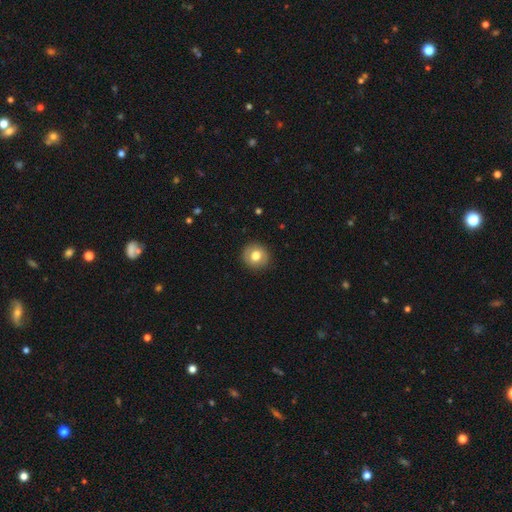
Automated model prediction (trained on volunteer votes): Q: Smooth or featured?
A: smooth (75%); runner-up: featured or disk (17%)
Q: How rounded?
A: round (90%); runner-up: in between (9%)
Q: Merging?
A: none (90%); runner-up: minor disturbance (7%)